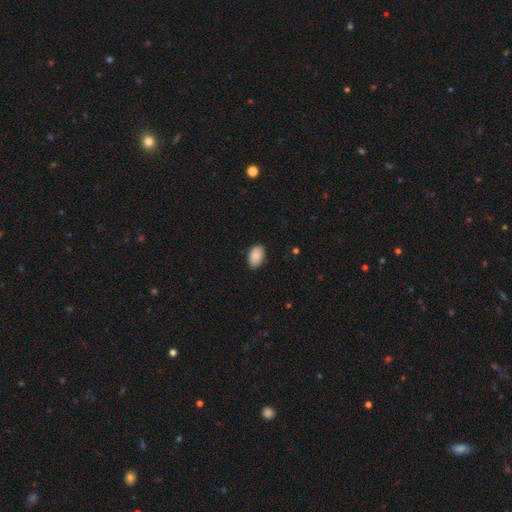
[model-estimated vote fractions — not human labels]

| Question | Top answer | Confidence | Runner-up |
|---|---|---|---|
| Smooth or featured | smooth | 89% | star or artifact (7%) |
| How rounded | in between | 90% | round (8%) |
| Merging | none | 87% | minor disturbance (10%) |